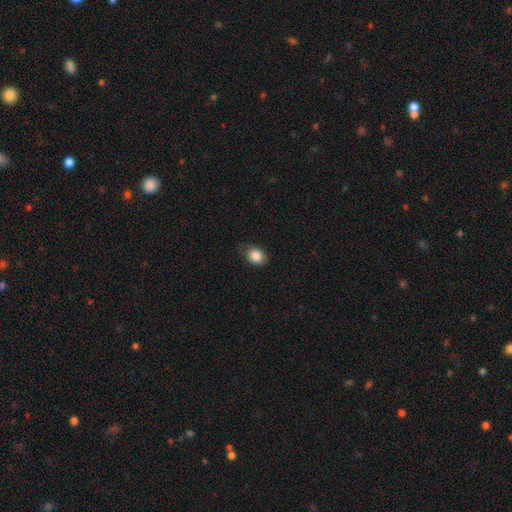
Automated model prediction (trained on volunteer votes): This is clearly a smooth galaxy (85%). How rounded: possibly in between (59%). Merging: likely none (67%).